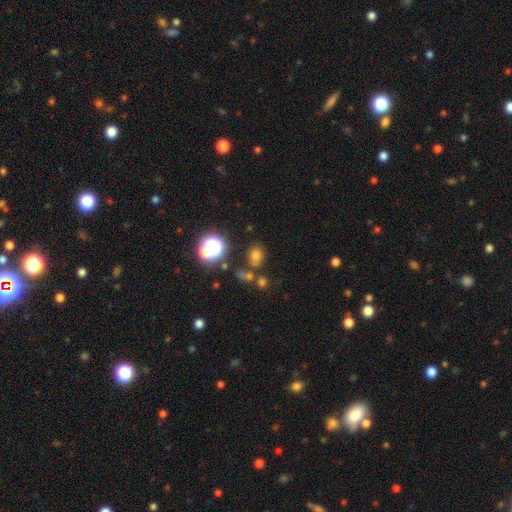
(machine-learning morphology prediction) smooth-or-featured: smooth: 66% | star or artifact: 25% | featured or disk: 9%
  how-rounded: round: 56% | in between: 42% | cigar-shaped: 1%
  merging: none: 68% | merger: 13% | minor disturbance: 13% | major disturbance: 6%